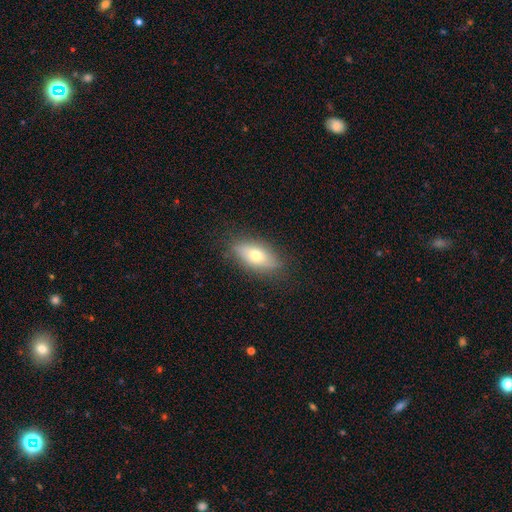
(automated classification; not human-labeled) The model was most divided on "smooth or featured": smooth: 65%, featured or disk: 27%, star or artifact: 8%. More confident: how rounded — in between (84%); merging — none (82%).